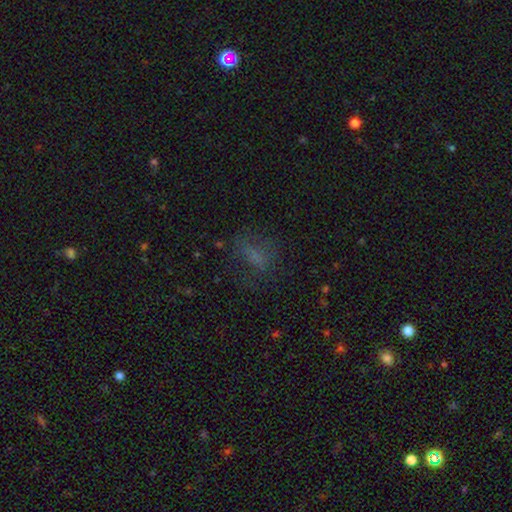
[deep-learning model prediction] Morphology: type=smooth (57%); roundness=in between (71%); merging=none (58%).